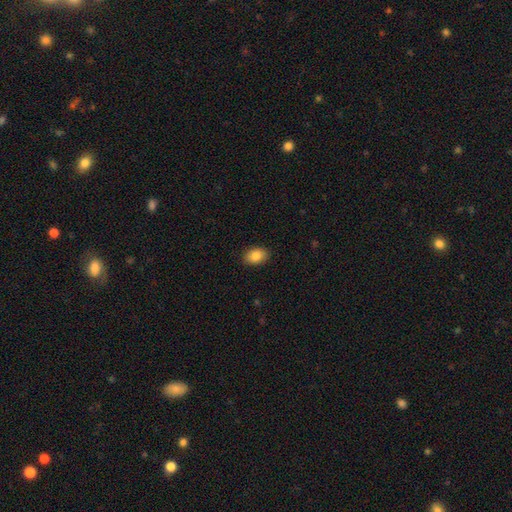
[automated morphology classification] This appears to be a smooth galaxy with no disk features (86%) that is in between round and cigar-shaped (84%). Merging: none (89%).